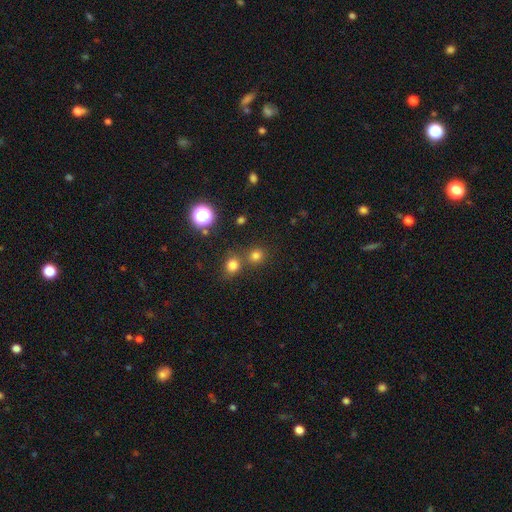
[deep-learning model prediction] Q: Smooth or featured?
A: smooth (74%); runner-up: star or artifact (20%)
Q: How rounded?
A: round (87%); runner-up: in between (12%)
Q: Merging?
A: none (66%); runner-up: merger (23%)